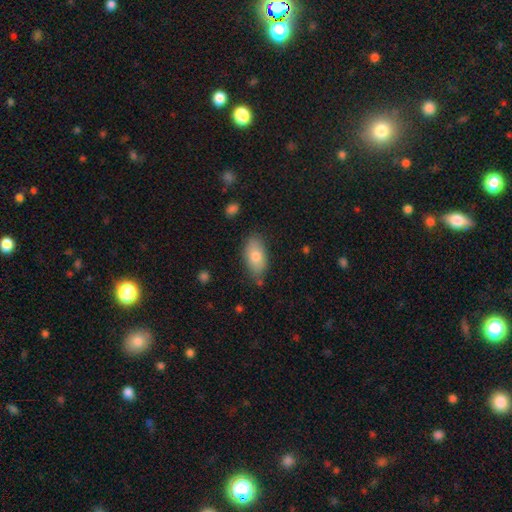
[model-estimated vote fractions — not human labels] Overall: smooth (70%). How rounded: in between (90%). Merging: none (79%).